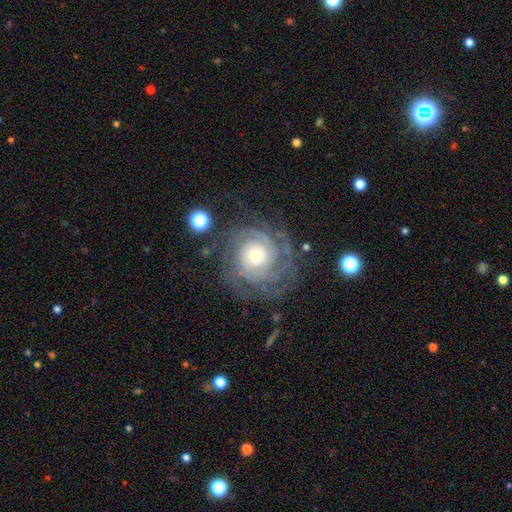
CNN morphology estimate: Overall: featured or disk (87%). Edge-on disk: no (97%). Bar: no (79%). Spiral arms: yes (97%). Spiral arm count: can't tell (29%; 3 22%). Spiral winding: tight (77%). Bulge size: moderate (50%; small 39%). Merging: none (75%).